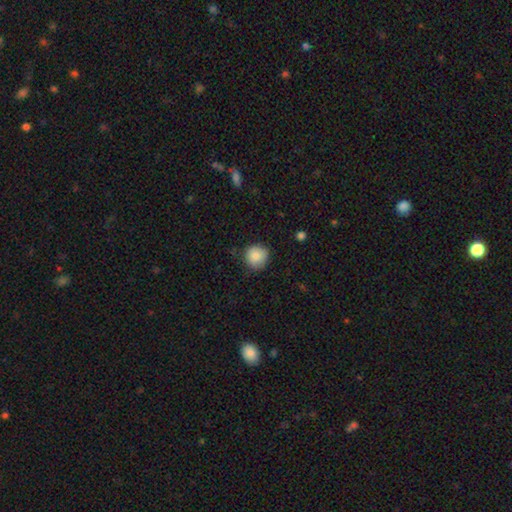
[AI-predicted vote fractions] A smooth galaxy with no disk features (87%) that is round (91%).

Vote fractions:
- Smooth or featured? smooth: 87% / star or artifact: 8% / featured or disk: 5%
- How rounded? round: 91% / in between: 8% / cigar-shaped: 1%
- Merging? none: 79% / minor disturbance: 16% / major disturbance: 3% / merger: 1%